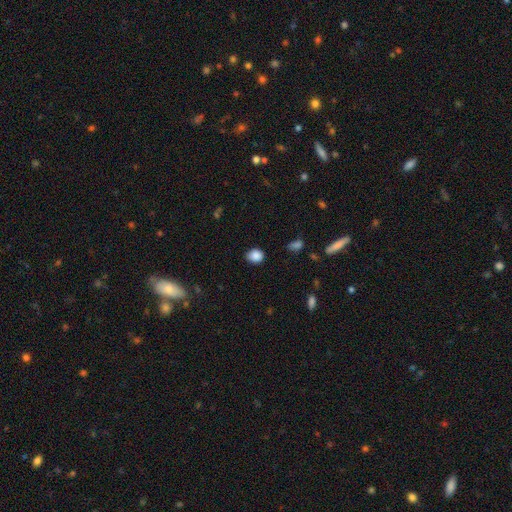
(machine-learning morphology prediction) This is clearly a smooth galaxy (87%). How rounded: likely round (63%). Merging: clearly none (81%).